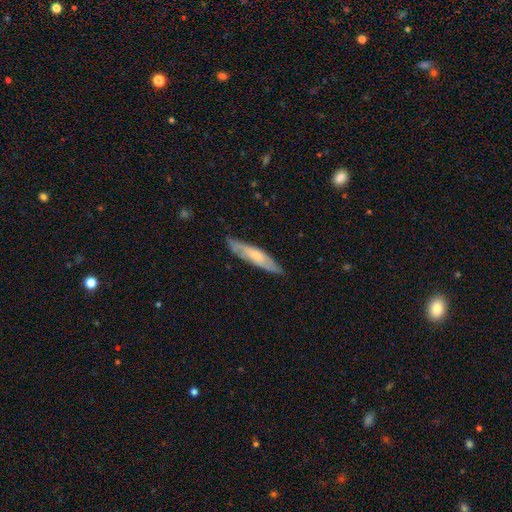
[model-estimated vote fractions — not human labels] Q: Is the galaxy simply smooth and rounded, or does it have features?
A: smooth — 49%.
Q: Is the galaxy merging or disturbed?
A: none — 81%.